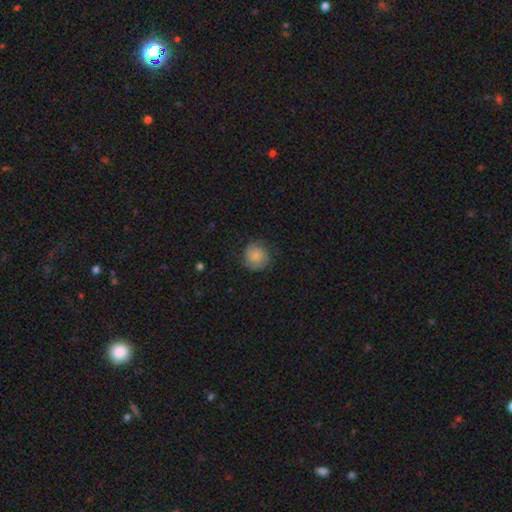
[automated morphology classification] smooth-or-featured: smooth: 75% | featured or disk: 18% | star or artifact: 7%
  how-rounded: round: 90% | in between: 9% | cigar-shaped: 1%
  merging: none: 77% | minor disturbance: 17% | major disturbance: 5% | merger: 1%